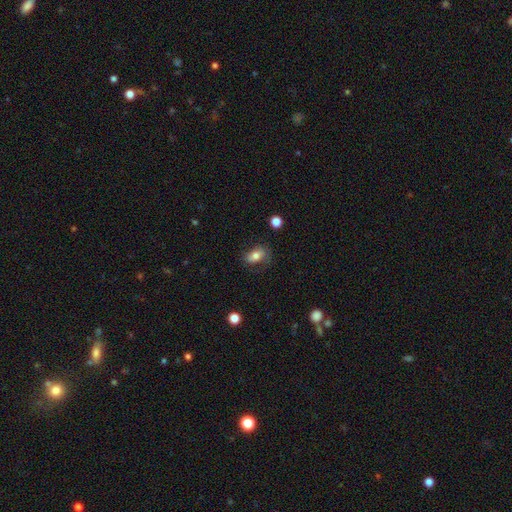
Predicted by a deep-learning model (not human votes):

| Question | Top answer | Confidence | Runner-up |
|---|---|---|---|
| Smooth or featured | smooth | 71% | featured or disk (20%) |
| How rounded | in between | 85% | round (12%) |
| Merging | none | 67% | minor disturbance (21%) |